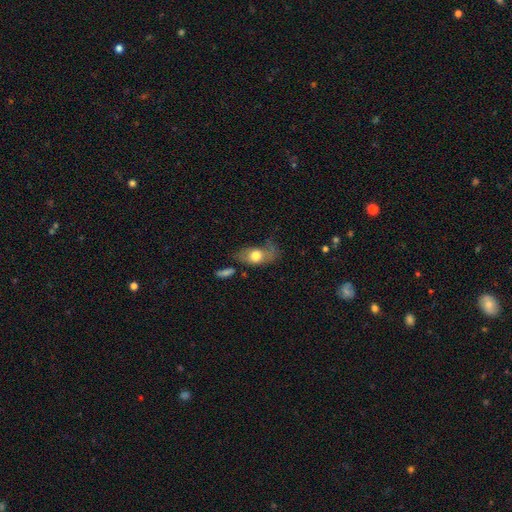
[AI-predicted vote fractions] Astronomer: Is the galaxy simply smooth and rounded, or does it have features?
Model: smooth — 67%.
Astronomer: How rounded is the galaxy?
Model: in between — 83%.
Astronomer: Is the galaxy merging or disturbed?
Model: none — 33% (runner-up: major disturbance, 30%).